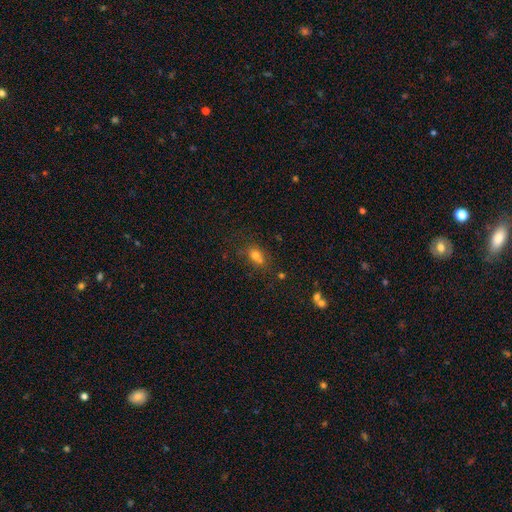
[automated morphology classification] type=smooth (71%); roundness=in between (60%); merging=none (51%).